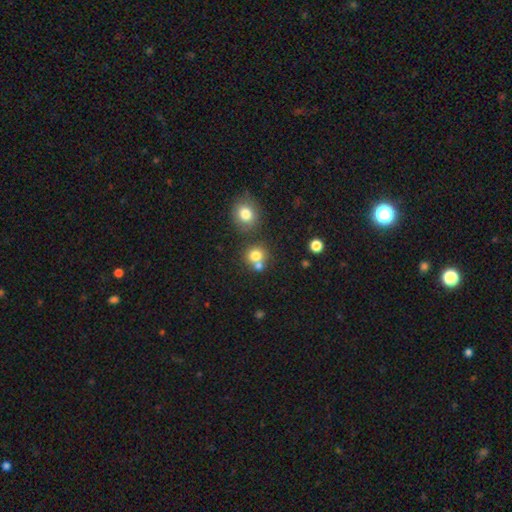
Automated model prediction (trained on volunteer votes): Overall: smooth (78%). How rounded: round (86%). Merging: none (55%; merger 33%).